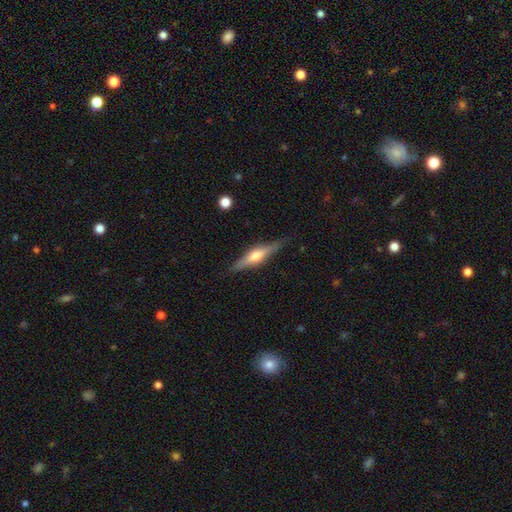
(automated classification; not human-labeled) smooth_or_featured: featured or disk (p=0.66) [alt: smooth p=0.28]
disk_edge_on: yes (p=0.97) [alt: no p=0.03]
edge_on_bulge: rounded (p=0.85) [alt: boxy p=0.11]
merging: none (p=0.86) [alt: minor disturbance p=0.10]